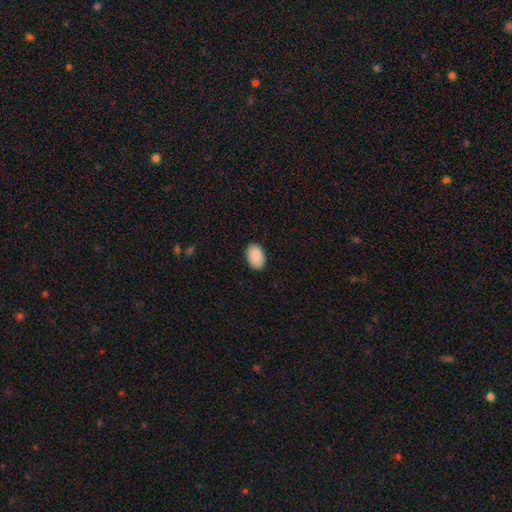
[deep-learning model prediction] The model was most divided on "merging": none: 88%, minor disturbance: 10%, major disturbance: 2%, merger: 1%. More confident: how rounded — in between (90%); smooth or featured — smooth (90%).